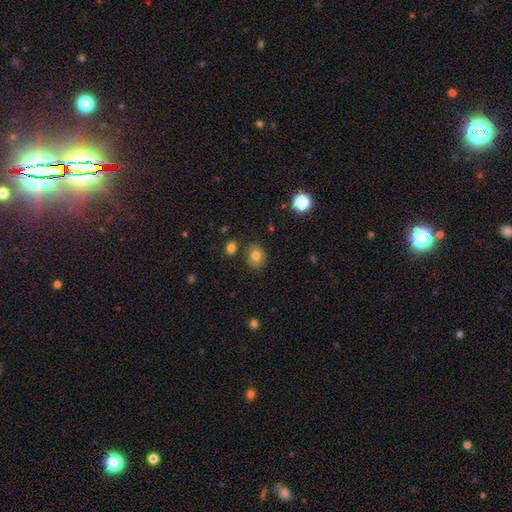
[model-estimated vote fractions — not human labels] smooth_or_featured: smooth (p=0.76) [alt: featured or disk p=0.13]
how_rounded: round (p=0.63) [alt: in between p=0.36]
merging: none (p=0.80) [alt: minor disturbance p=0.12]